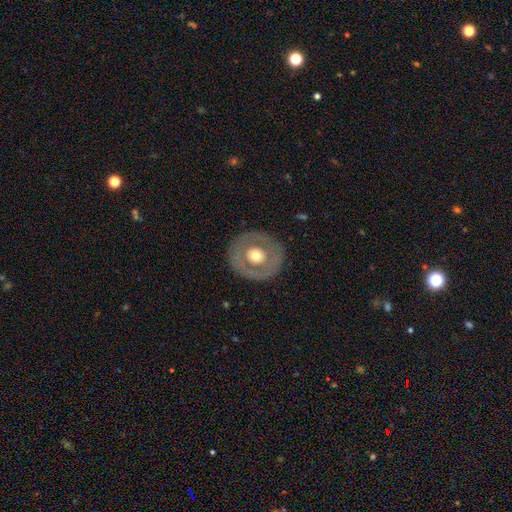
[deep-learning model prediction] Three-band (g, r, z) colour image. It shows a featured or disk galaxy (49%). Merging: none (85%).